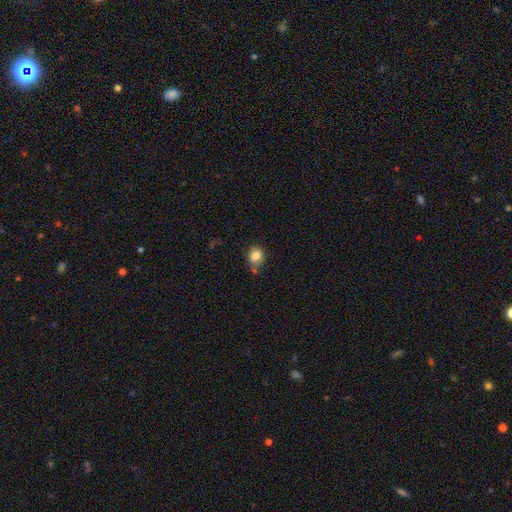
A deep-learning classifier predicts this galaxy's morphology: Smooth or featured? smooth (82%)
How rounded? in between (52%)
Merging? none (60%)